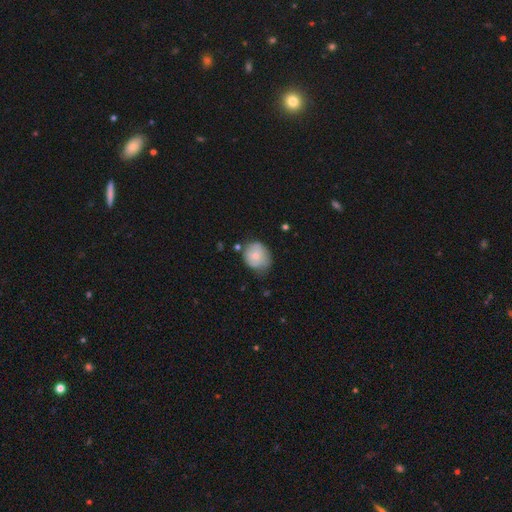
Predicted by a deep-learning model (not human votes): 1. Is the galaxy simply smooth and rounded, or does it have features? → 64% smooth, 29% featured or disk, 7% star or artifact.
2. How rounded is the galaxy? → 68% round, 31% in between, 1% cigar-shaped.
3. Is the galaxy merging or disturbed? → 55% none, 33% minor disturbance, 8% major disturbance, 4% merger.